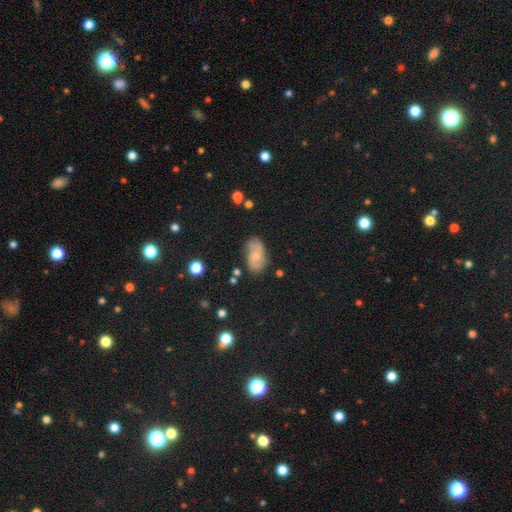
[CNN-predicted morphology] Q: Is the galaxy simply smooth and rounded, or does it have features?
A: smooth — 45%, tied with featured or disk.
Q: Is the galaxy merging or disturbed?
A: none — 74%.